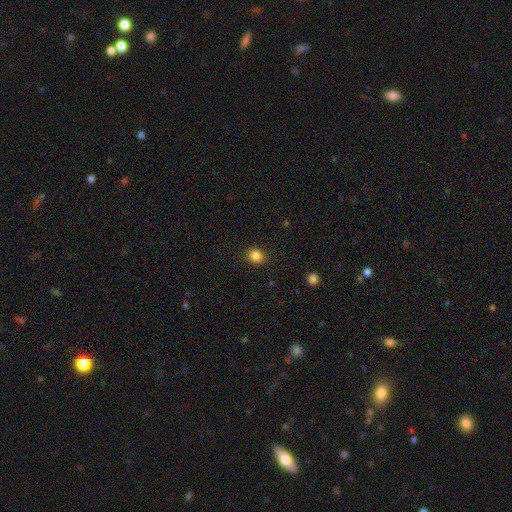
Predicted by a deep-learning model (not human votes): Morphology: type=smooth (84%); roundness=round (82%); merging=none (91%).